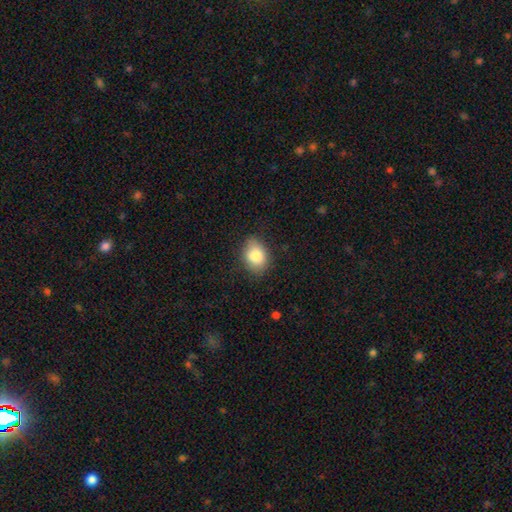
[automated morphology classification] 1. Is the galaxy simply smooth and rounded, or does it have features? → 84% smooth, 8% star or artifact, 8% featured or disk.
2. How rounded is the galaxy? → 69% in between, 30% round, 1% cigar-shaped.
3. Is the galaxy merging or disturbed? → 74% none, 21% minor disturbance, 4% major disturbance, 1% merger.